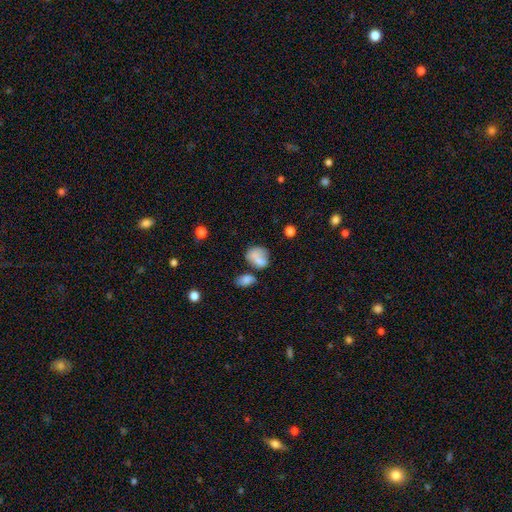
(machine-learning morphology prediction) Q: Smooth or featured?
A: smooth (75%); runner-up: featured or disk (14%)
Q: How rounded?
A: in between (59%); runner-up: round (39%)
Q: Merging?
A: none (40%); runner-up: minor disturbance (23%)